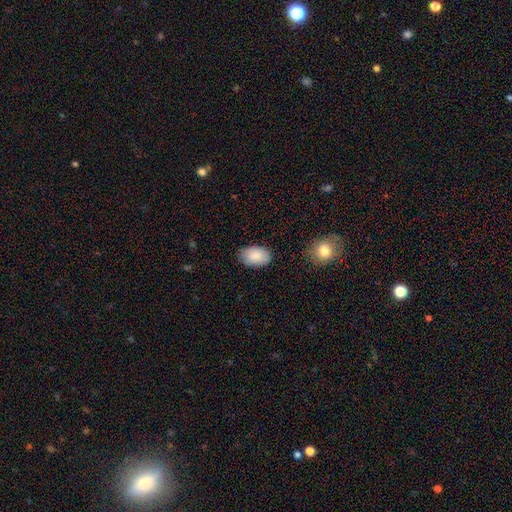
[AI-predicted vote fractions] Overall: smooth (87%). How rounded: in between (91%). Merging: none (82%).